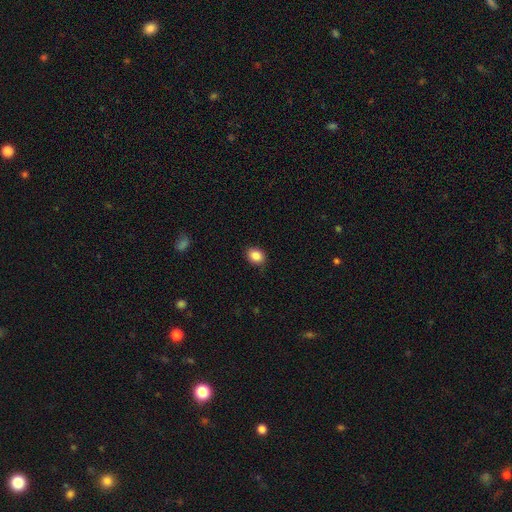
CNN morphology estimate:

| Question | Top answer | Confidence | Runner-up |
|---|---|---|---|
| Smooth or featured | smooth | 87% | star or artifact (9%) |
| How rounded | in between | 53% | round (46%) |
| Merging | none | 85% | minor disturbance (11%) |